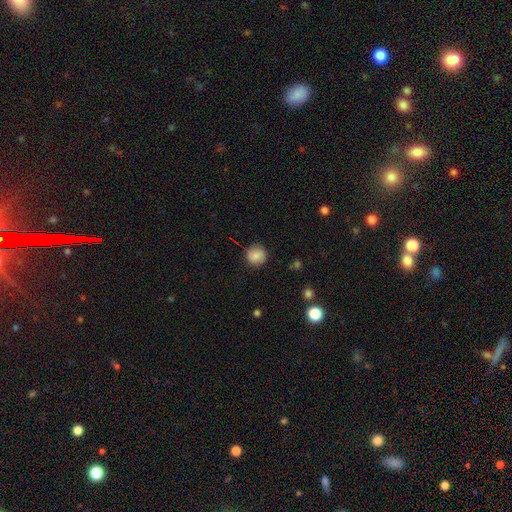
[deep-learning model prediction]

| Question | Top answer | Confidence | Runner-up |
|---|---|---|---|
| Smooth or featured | smooth | 83% | featured or disk (9%) |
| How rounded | round | 92% | in between (7%) |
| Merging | none | 84% | minor disturbance (12%) |